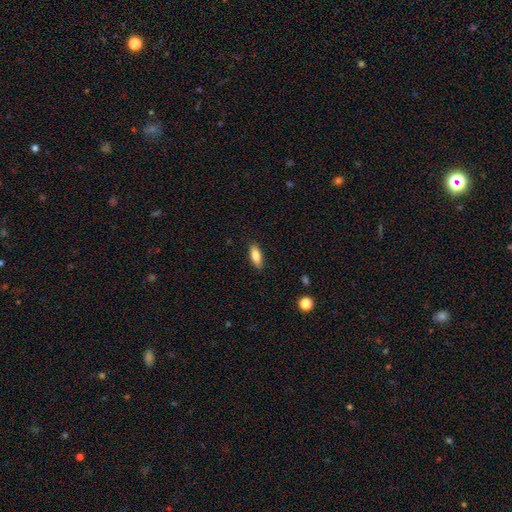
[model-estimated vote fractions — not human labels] smooth_or_featured: smooth (p=0.83) [alt: featured or disk p=0.10]
how_rounded: in between (p=0.75) [alt: cigar-shaped p=0.22]
merging: none (p=0.87) [alt: minor disturbance p=0.10]